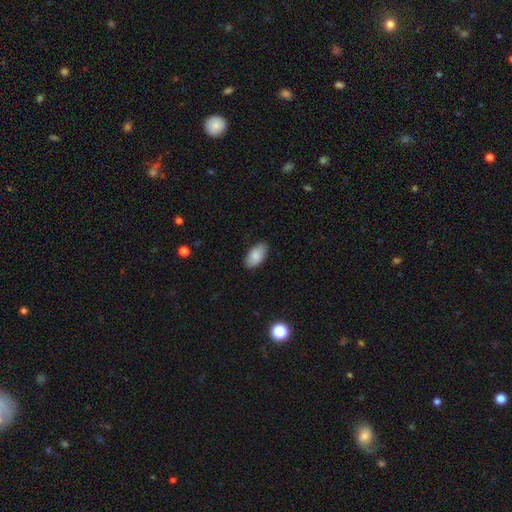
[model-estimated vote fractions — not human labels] smooth 86%, featured or disk 7%, star or artifact 7%. Down the decision tree: how rounded — in between (95%); merging — none (85%).